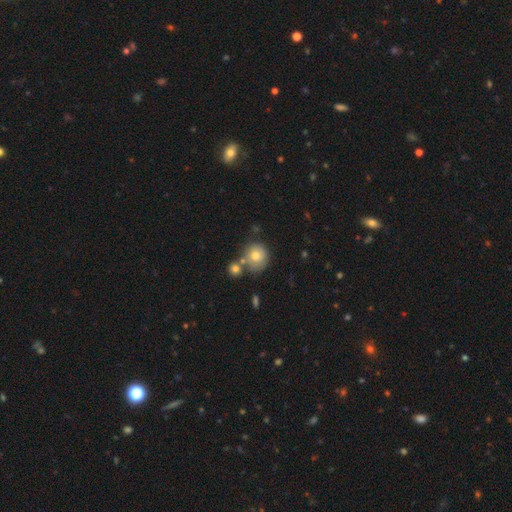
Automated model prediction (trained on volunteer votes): Smooth or featured?
  - smooth: 73% *
  - featured or disk: 17%
  - star or artifact: 10%
How rounded?
  - round: 86% *
  - in between: 13%
  - cigar-shaped: 1%
Merging?
  - none: 58% *
  - merger: 23%
  - minor disturbance: 14%
  - major disturbance: 5%